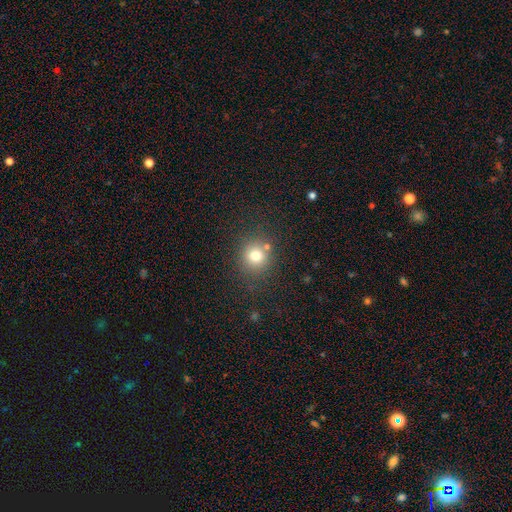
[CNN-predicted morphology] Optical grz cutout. It shows a smooth galaxy with no disk features (76%) that is round (89%). Merging: none (78%).